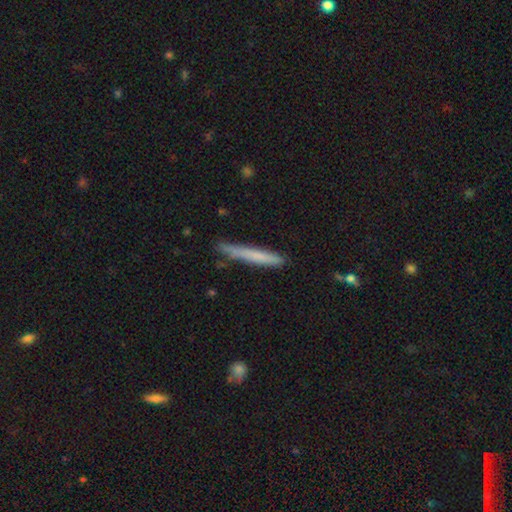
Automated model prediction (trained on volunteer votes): smooth-or-featured: smooth: 69% | featured or disk: 24% | star or artifact: 6%
  how-rounded: cigar-shaped: 96% | in between: 3% | round: 1%
  merging: none: 80% | minor disturbance: 16% | major disturbance: 2% | merger: 2%